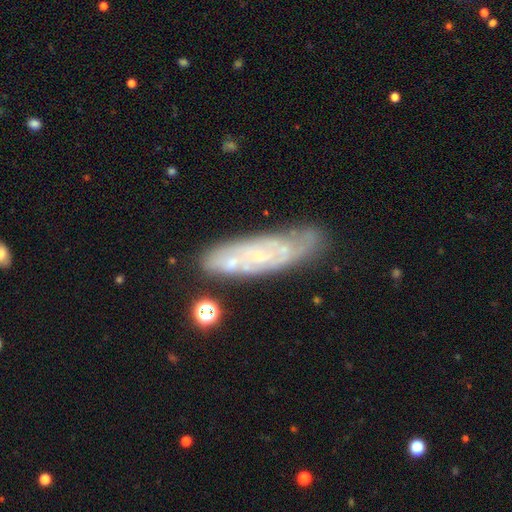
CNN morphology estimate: smooth-or-featured: featured or disk: 67% | smooth: 25% | star or artifact: 8%
  disk-edge-on: no: 78% | yes: 22%
    bar: no: 67% | weak: 26% | strong: 7%
    has-spiral-arms: yes: 75% | no: 25%
    bulge-size: small: 69% | none: 15% | moderate: 14% | large: 1% | dominant: 1%
  merging: none: 64% | minor disturbance: 21% | merger: 8% | major disturbance: 7%